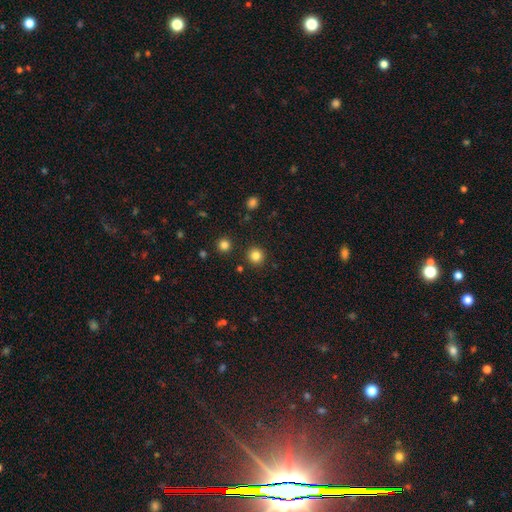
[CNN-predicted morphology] The model was most divided on "smooth or featured": smooth: 83%, star or artifact: 13%, featured or disk: 4%. More confident: how rounded — round (94%); merging — none (91%).